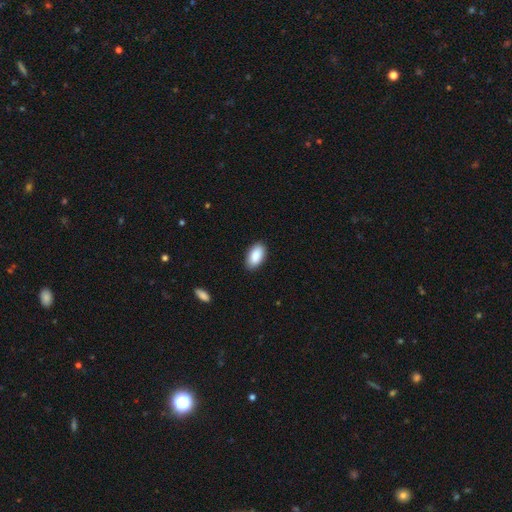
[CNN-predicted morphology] Smooth or featured: smooth — 90% (star or artifact — 6%)
How rounded: in between — 95% (round — 3%)
Merging: none — 88% (minor disturbance — 9%)